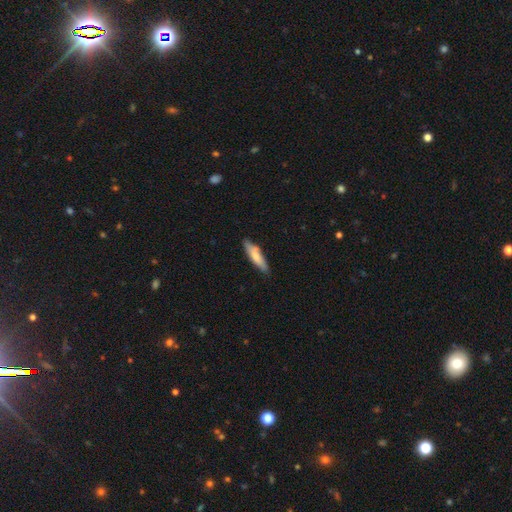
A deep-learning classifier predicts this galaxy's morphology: Overall: smooth (71%). How rounded: cigar-shaped (72%). Merging: none (79%).